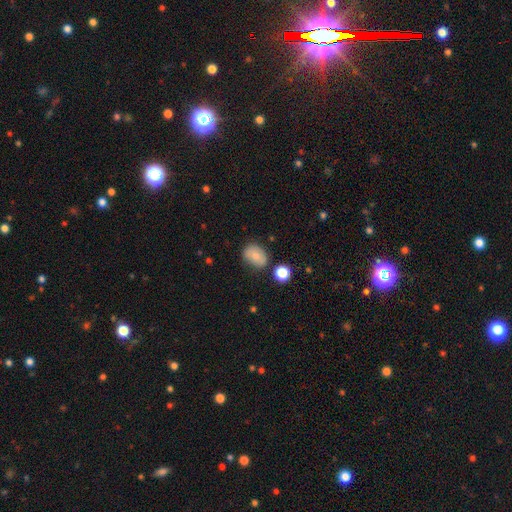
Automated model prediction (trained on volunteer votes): Smooth or featured?
  - smooth: 74% *
  - featured or disk: 16%
  - star or artifact: 10%
How rounded?
  - in between: 68% *
  - round: 31%
  - cigar-shaped: 1%
Merging?
  - none: 68% *
  - minor disturbance: 22%
  - major disturbance: 5%
  - merger: 4%